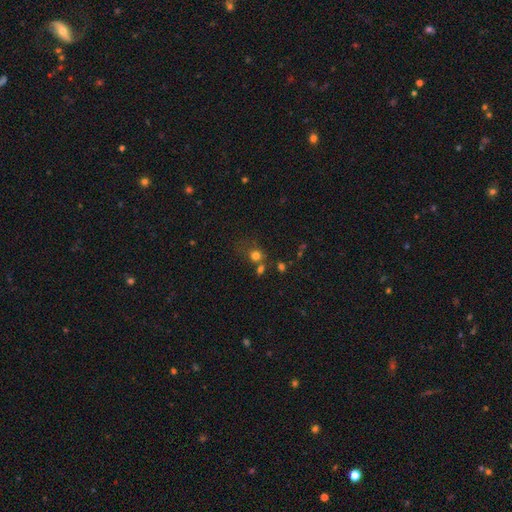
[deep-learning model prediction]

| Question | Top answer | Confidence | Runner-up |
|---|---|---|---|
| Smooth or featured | smooth | 73% | star or artifact (18%) |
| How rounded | round | 81% | in between (18%) |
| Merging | none | 55% | merger (25%) |